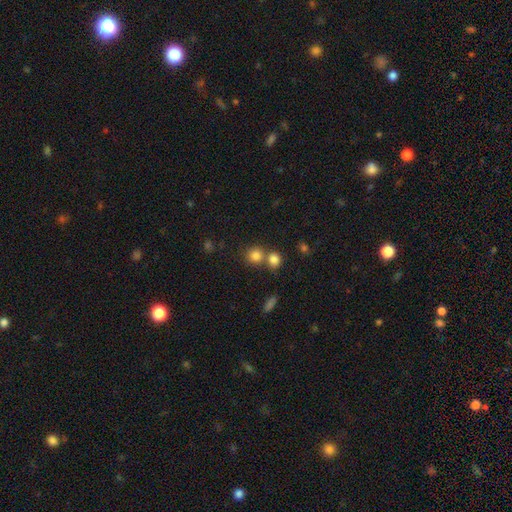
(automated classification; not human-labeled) A smooth galaxy with no disk features (82%) that is round (85%).

Vote fractions:
- Smooth or featured? smooth: 82% / star or artifact: 12% / featured or disk: 7%
- How rounded? round: 85% / in between: 14% / cigar-shaped: 1%
- Merging? none: 56% / merger: 33% / minor disturbance: 7% / major disturbance: 3%